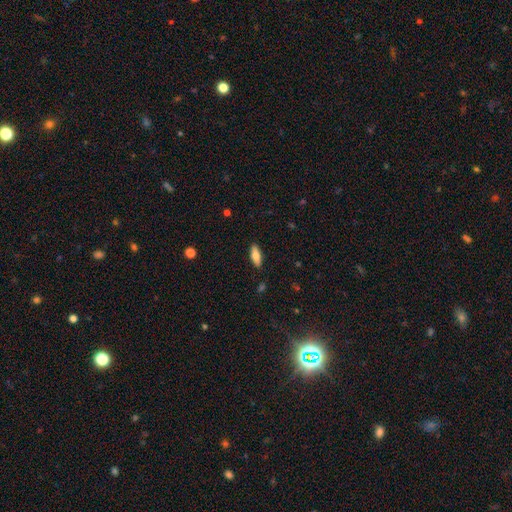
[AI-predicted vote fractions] The model was most divided on "how rounded": in between: 70%, cigar-shaped: 28%, round: 2%. More confident: merging — none (88%); smooth or featured — smooth (76%).